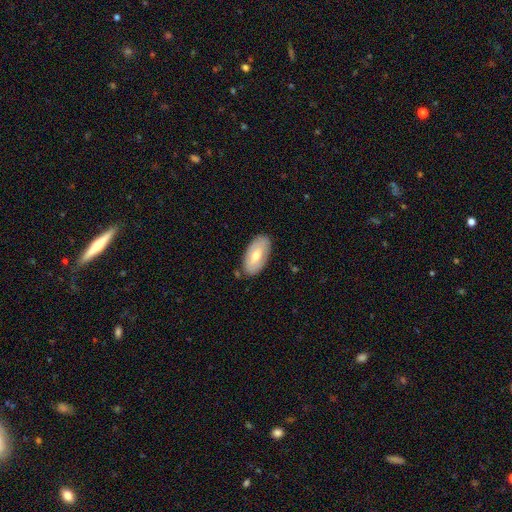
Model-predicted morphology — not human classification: Smooth or featured? smooth (59%)
How rounded? in between (93%)
Merging? none (82%)